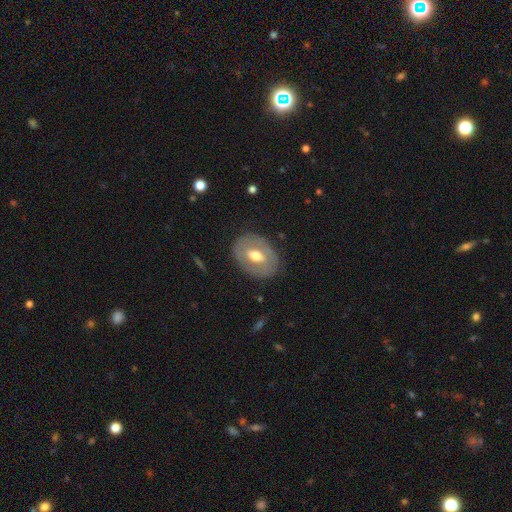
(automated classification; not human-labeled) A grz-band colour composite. It shows a featured or disk galaxy (54%). Merging: none (79%).